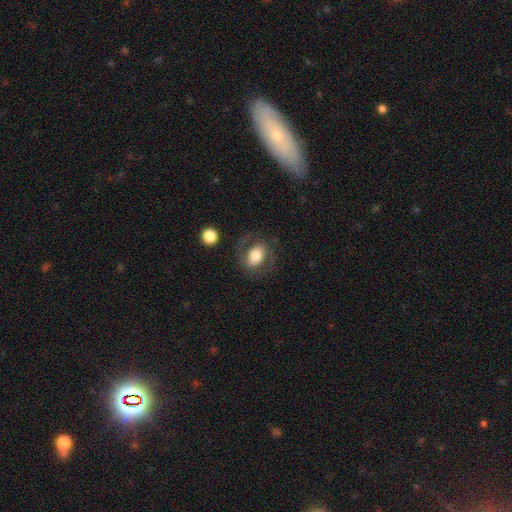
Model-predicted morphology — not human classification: This appears to be a smooth galaxy with no disk features (50%). Merging: none (66%).